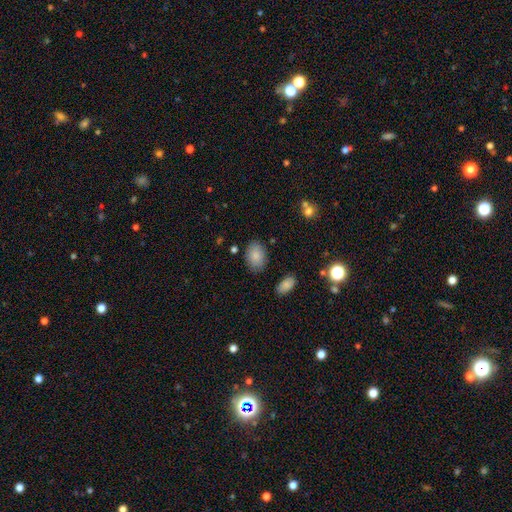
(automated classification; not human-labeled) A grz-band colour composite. It shows a smooth galaxy with no disk features (85%) that is in between round and cigar-shaped (85%). Merging: none (83%).